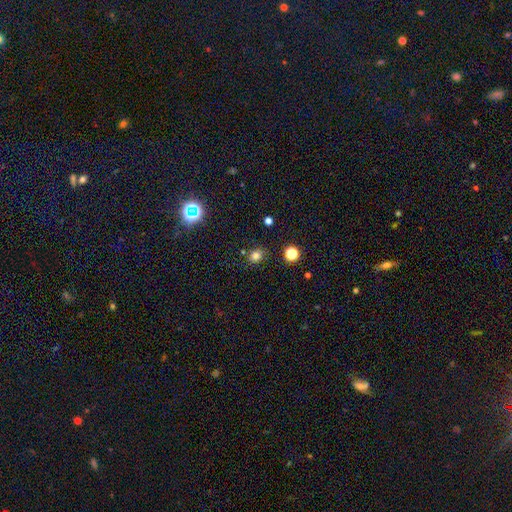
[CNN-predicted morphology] A smooth galaxy with no disk features (75%) that is round (55%).

Vote fractions:
- Smooth or featured? smooth: 75% / star or artifact: 18% / featured or disk: 6%
- How rounded? round: 55% / in between: 44% / cigar-shaped: 1%
- Merging? none: 81% / minor disturbance: 11% / merger: 4% / major disturbance: 3%